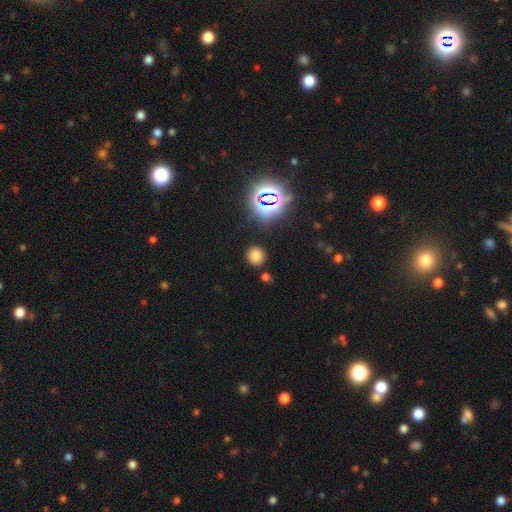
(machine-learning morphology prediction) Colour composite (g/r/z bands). It shows a smooth galaxy with no disk features (72%) that is round (87%). Merging: none (86%).